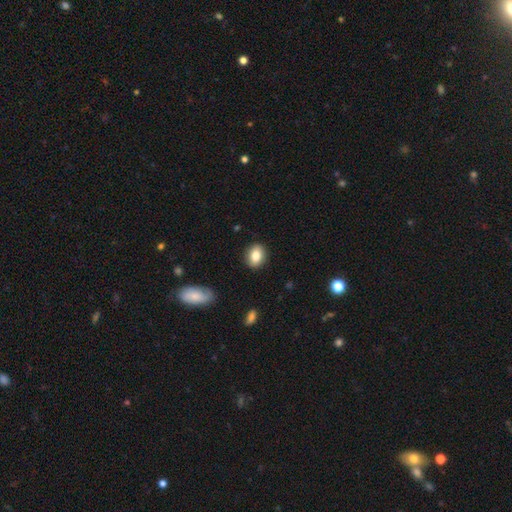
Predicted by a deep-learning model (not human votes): Q: Smooth or featured?
A: smooth (82%); runner-up: featured or disk (10%)
Q: How rounded?
A: in between (61%); runner-up: round (37%)
Q: Merging?
A: none (88%); runner-up: minor disturbance (9%)